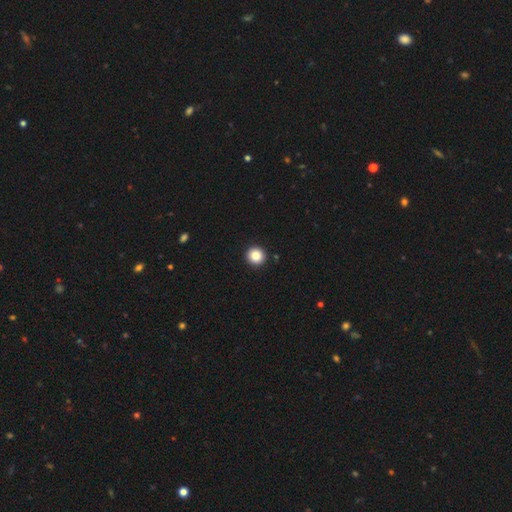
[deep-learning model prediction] smooth_or_featured: smooth (p=0.87) [alt: star or artifact p=0.10]
how_rounded: round (p=0.95) [alt: in between p=0.04]
merging: none (p=0.93) [alt: minor disturbance p=0.04]